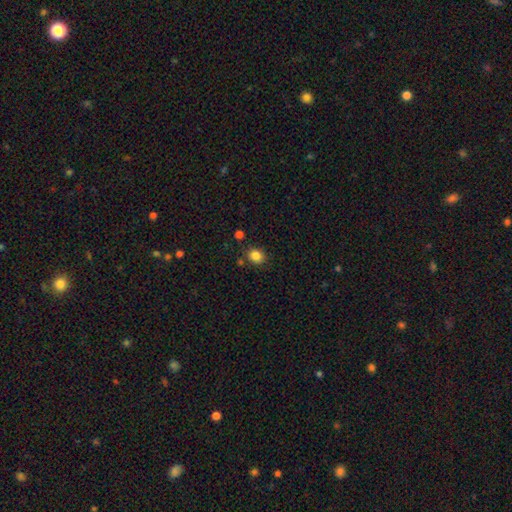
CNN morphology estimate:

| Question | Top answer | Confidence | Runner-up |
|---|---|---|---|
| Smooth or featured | smooth | 84% | star or artifact (11%) |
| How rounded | round | 67% | in between (33%) |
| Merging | none | 82% | minor disturbance (10%) |